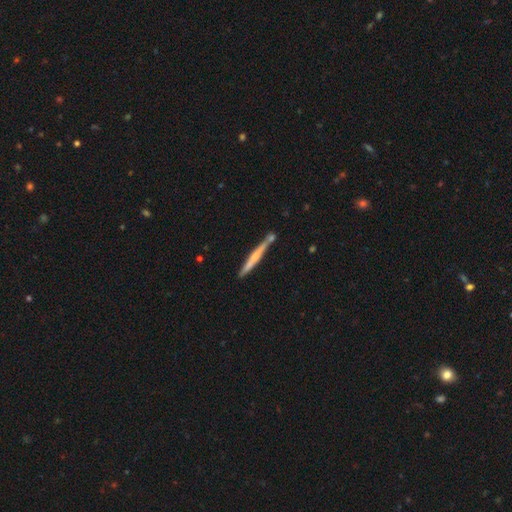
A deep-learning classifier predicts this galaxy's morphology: Smooth or featured?
  - featured or disk: 49% *
  - smooth: 45%
  - star or artifact: 6%
Merging?
  - none: 66% *
  - merger: 15%
  - minor disturbance: 15%
  - major disturbance: 4%